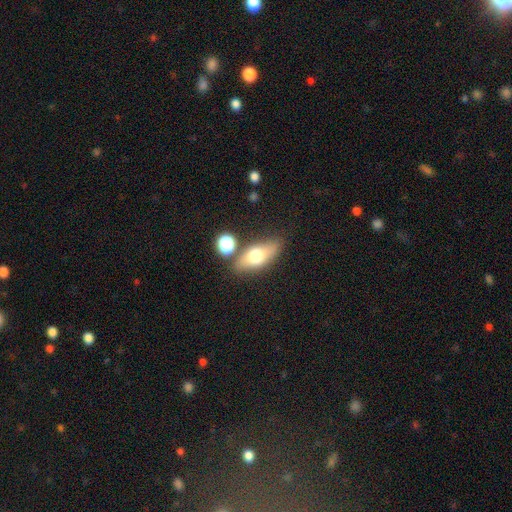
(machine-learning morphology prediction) smooth_or_featured: smooth (p=0.61) [alt: featured or disk p=0.30]
how_rounded: in between (p=0.74) [alt: cigar-shaped p=0.18]
merging: none (p=0.73) [alt: minor disturbance p=0.14]